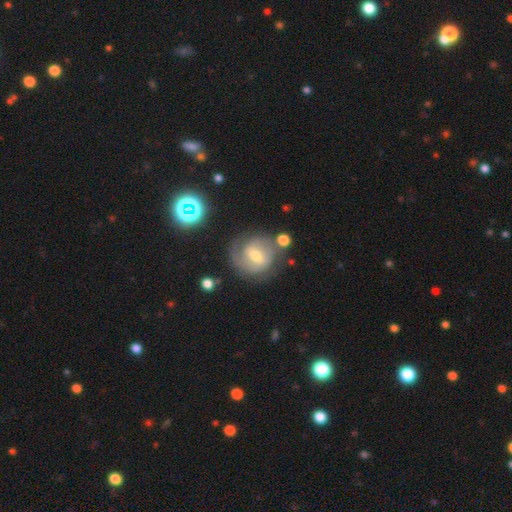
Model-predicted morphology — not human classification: Overall: featured or disk (64%; smooth 26%). Edge-on disk: no (96%). Bar: weak (54%; no 24%). Spiral arms: yes (82%). Spiral arm count: 2 (57%; can't tell 21%). Spiral winding: tight (44%; medium 40%). Bulge size: moderate (64%; small 29%). Merging: none (64%).